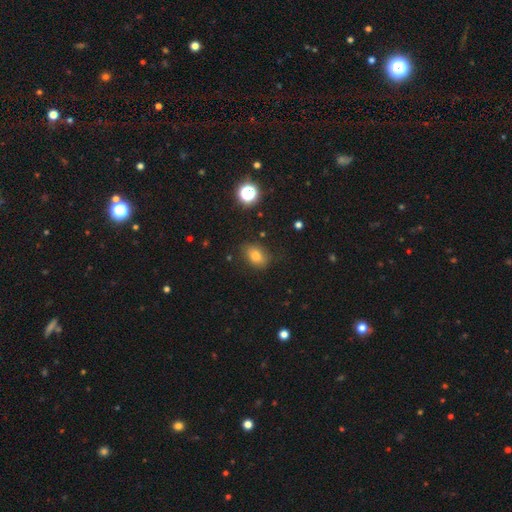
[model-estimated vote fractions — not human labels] smooth-or-featured: smooth: 77% | star or artifact: 14% | featured or disk: 9%
  how-rounded: in between: 75% | round: 24% | cigar-shaped: 2%
  merging: none: 78% | minor disturbance: 16% | major disturbance: 4% | merger: 2%